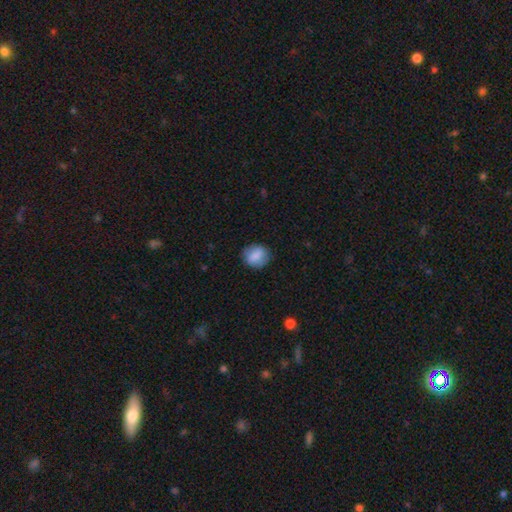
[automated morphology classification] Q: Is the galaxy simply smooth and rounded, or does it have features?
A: smooth — 75%.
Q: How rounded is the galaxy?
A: round — 66%.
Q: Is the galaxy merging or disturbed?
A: none — 83%.